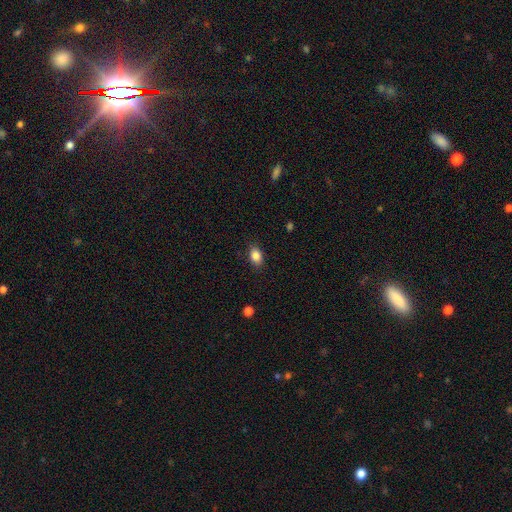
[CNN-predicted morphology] This appears to be a smooth galaxy with no disk features (86%) that is in between round and cigar-shaped (77%). Merging: none (85%).